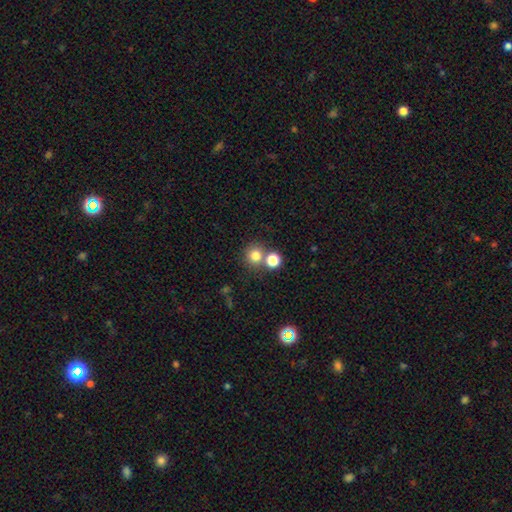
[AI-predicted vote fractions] smooth 78%, star or artifact 15%, featured or disk 8%. Down the decision tree: how rounded — round (91%); merging — none (66%).